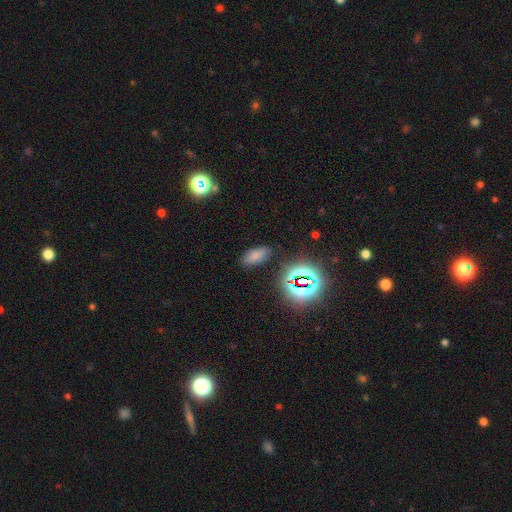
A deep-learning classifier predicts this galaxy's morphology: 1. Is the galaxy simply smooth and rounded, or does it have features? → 67% smooth, 22% star or artifact, 11% featured or disk.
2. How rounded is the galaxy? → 89% in between, 6% cigar-shaped, 5% round.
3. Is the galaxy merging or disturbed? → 80% none, 13% minor disturbance, 4% major disturbance, 2% merger.